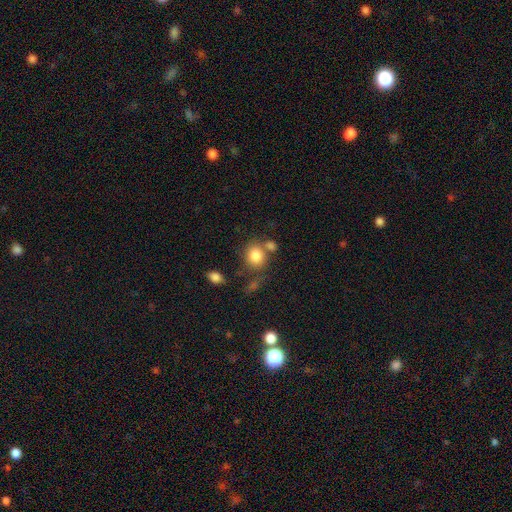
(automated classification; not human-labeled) Smooth or featured: smooth — 82% (star or artifact — 10%)
How rounded: round — 69% (in between — 30%)
Merging: none — 58% (merger — 23%)